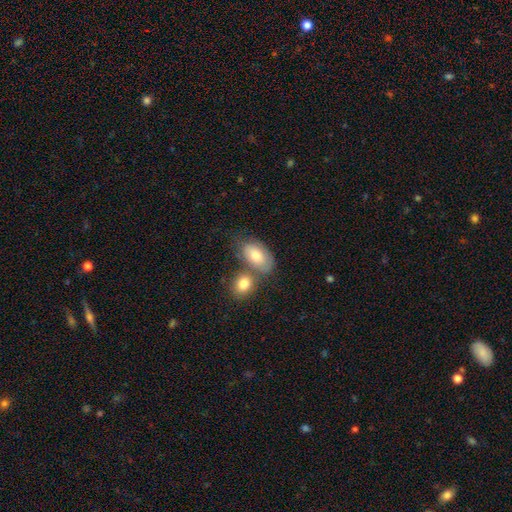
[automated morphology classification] The model was most divided on "merging": none: 43%, merger: 36%, minor disturbance: 15%, major disturbance: 6%. More confident: how rounded — in between (91%); smooth or featured — smooth (73%).